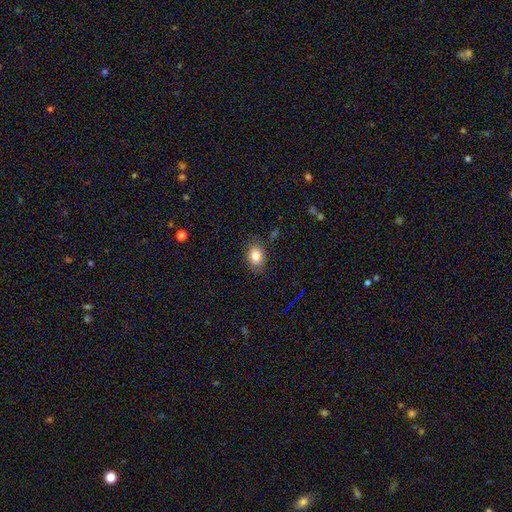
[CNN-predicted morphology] Smooth or featured? smooth (82%)
How rounded? in between (72%)
Merging? none (80%)